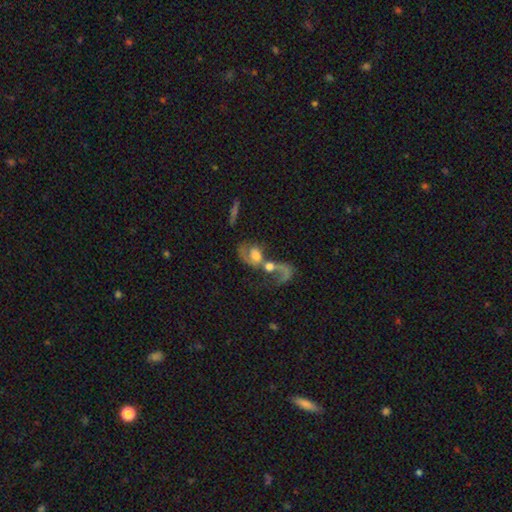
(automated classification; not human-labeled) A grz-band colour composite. It shows a featured or disk galaxy (57%) with no bar (71%), spiral arms (70%) and a moderate central bulge (49%). Merging: merger (71%).